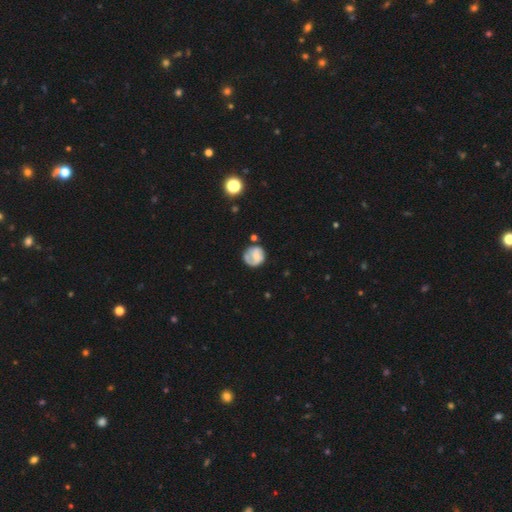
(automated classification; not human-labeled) Overall: featured or disk (47%; smooth 46%). Merging: none (57%; minor disturbance 25%).